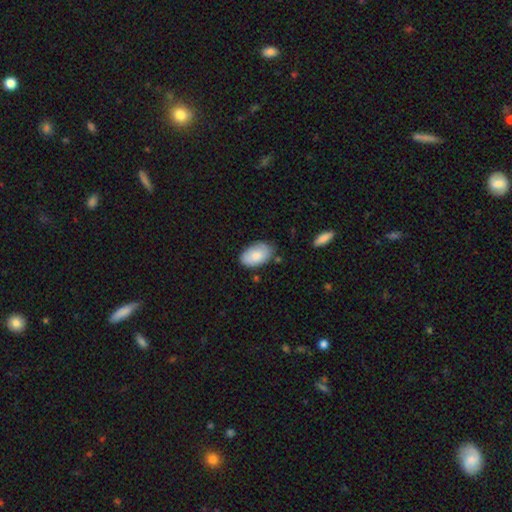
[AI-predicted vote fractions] smooth 81%, featured or disk 13%, star or artifact 6%. Down the decision tree: how rounded — in between (93%); merging — none (74%).